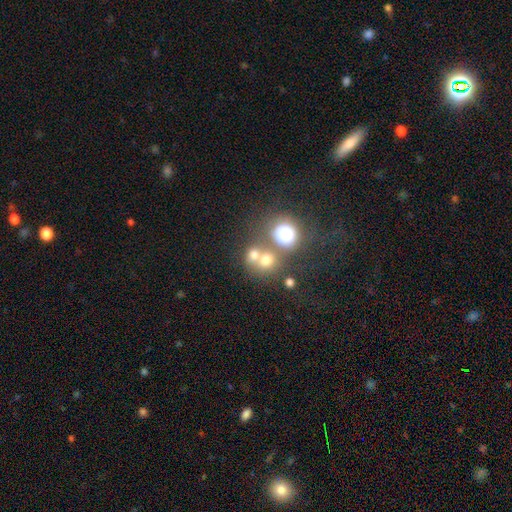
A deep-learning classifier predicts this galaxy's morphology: type=smooth (63%); roundness=round (79%); merging=merger (49%).